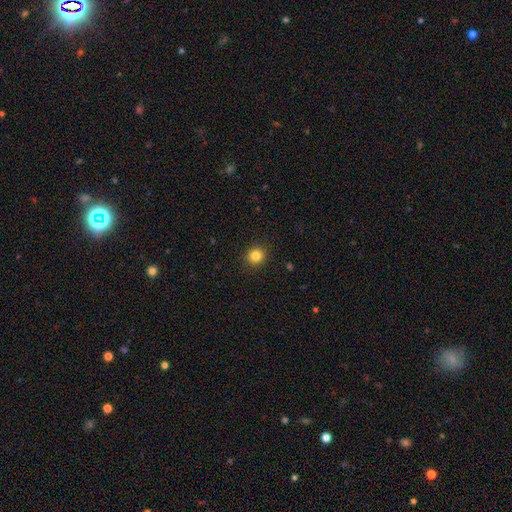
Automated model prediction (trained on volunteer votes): Smooth or featured: smooth — 83% (star or artifact — 12%)
How rounded: round — 89% (in between — 10%)
Merging: none — 91% (minor disturbance — 6%)